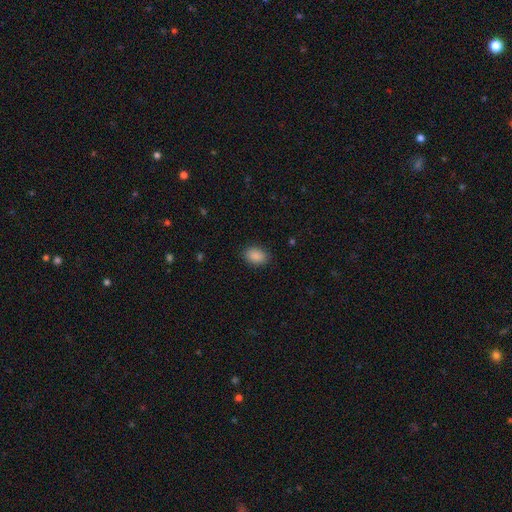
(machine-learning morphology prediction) Smooth or featured? Predicted: smooth (p=0.88). How rounded? Predicted: in between (p=0.81). Merging? Predicted: none (p=0.87).